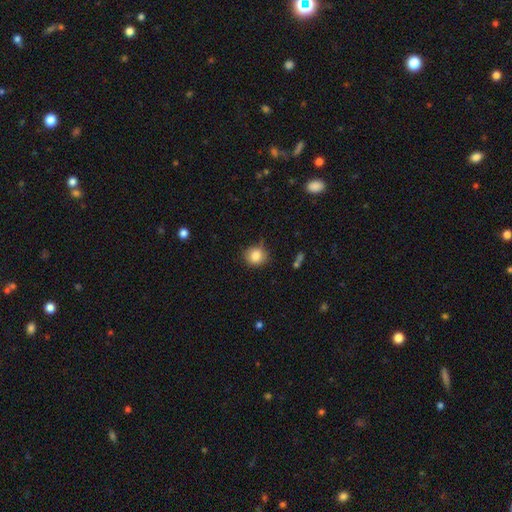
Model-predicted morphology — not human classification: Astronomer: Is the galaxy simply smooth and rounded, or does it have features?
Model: smooth — 85%.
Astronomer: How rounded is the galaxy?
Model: round — 82%.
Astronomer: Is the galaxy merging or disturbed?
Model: none — 74%.